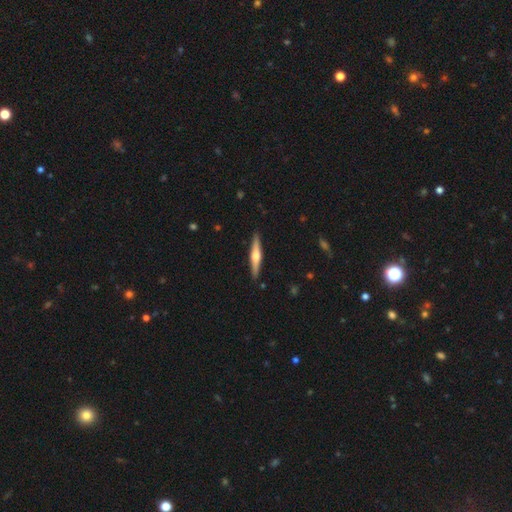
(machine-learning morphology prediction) Q: Smooth or featured?
A: featured or disk (61%); runner-up: smooth (34%)
Q: Edge-on disk?
A: yes (97%); runner-up: no (3%)
Q: Edge-on bulge?
A: rounded (89%); runner-up: boxy (6%)
Q: Merging?
A: none (90%); runner-up: minor disturbance (7%)